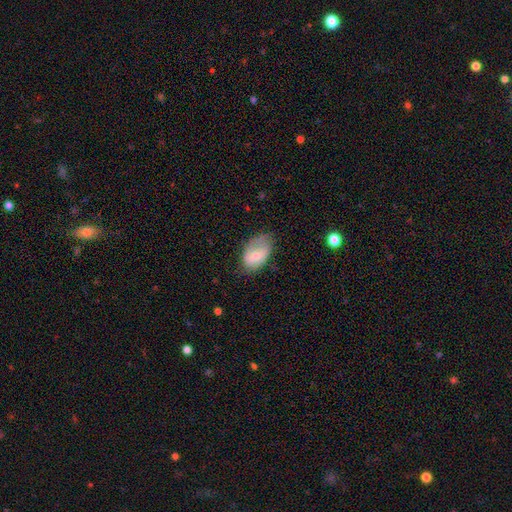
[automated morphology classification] This is likely a smooth galaxy (67%). How rounded: clearly in between (91%). Merging: possibly none (48%).